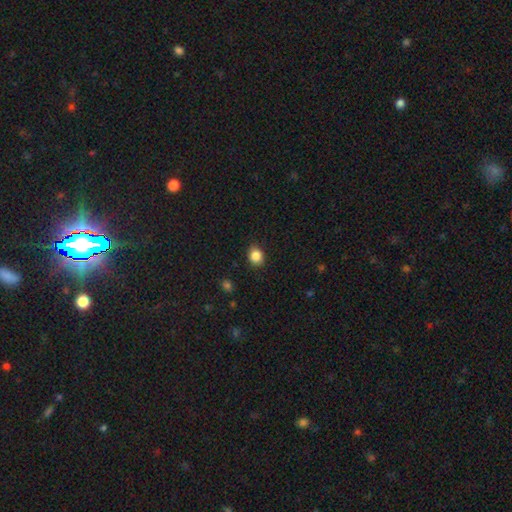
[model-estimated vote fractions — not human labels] A smooth galaxy with no disk features (86%) that is round (56%). Merging: none (86%).